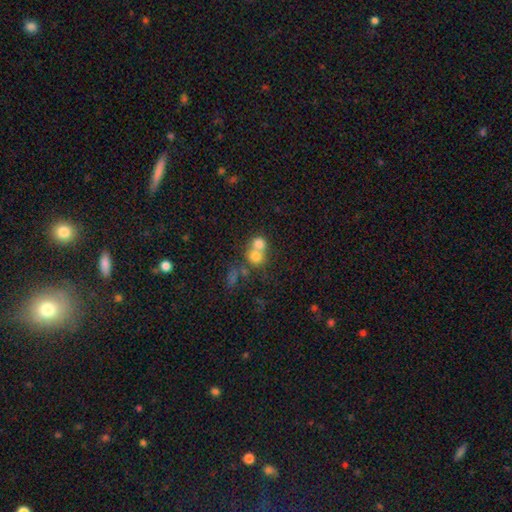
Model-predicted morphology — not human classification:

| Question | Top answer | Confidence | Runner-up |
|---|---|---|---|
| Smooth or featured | smooth | 73% | featured or disk (16%) |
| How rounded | round | 79% | in between (20%) |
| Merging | merger | 63% | none (29%) |